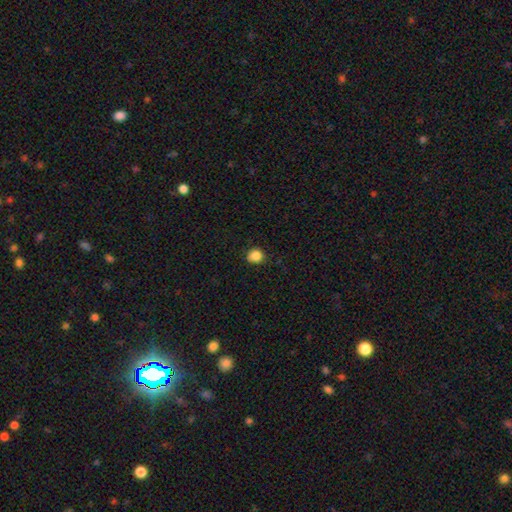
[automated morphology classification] A smooth galaxy with no disk features (86%) that is round (84%).

Vote fractions:
- Smooth or featured? smooth: 86% / star or artifact: 11% / featured or disk: 3%
- How rounded? round: 84% / in between: 16% / cigar-shaped: 1%
- Merging? none: 84% / minor disturbance: 13% / major disturbance: 2% / merger: 1%